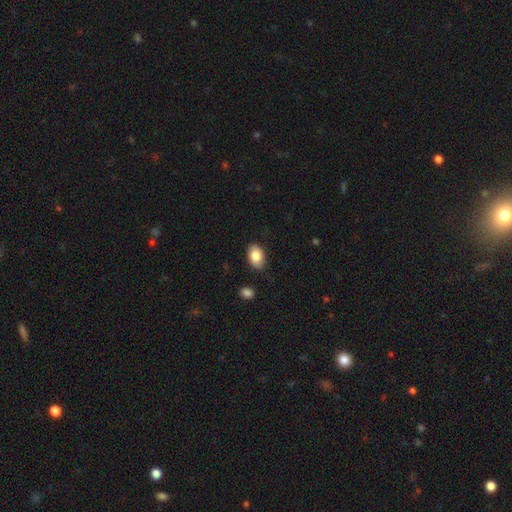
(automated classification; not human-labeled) Morphology: type=smooth (85%); roundness=in between (89%); merging=none (83%).